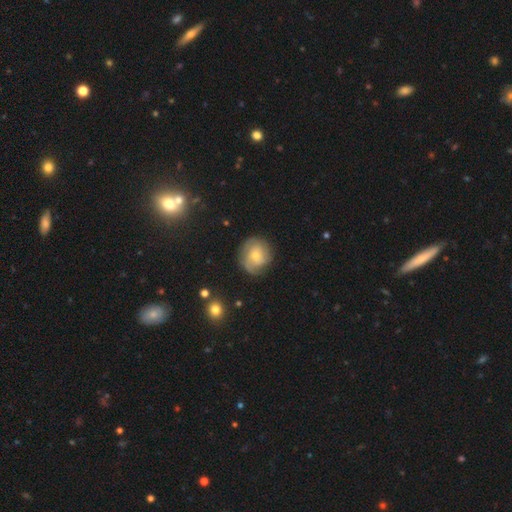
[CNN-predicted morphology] A featured or disk galaxy (52%) with no bar (75%), spiral arms (83%) and a small central bulge (62%).

Vote fractions:
- Smooth or featured? featured or disk: 52% / smooth: 40% / star or artifact: 8%
- Edge-on disk? no: 97% / yes: 3%
- Bar? no: 75% / weak: 21% / strong: 3%
- Spiral arms? yes: 83% / no: 17%
- Bulge size? small: 62% / moderate: 32% / large: 2% / none: 2% / dominant: 1%
- Merging? none: 70% / minor disturbance: 21% / major disturbance: 8% / merger: 2%